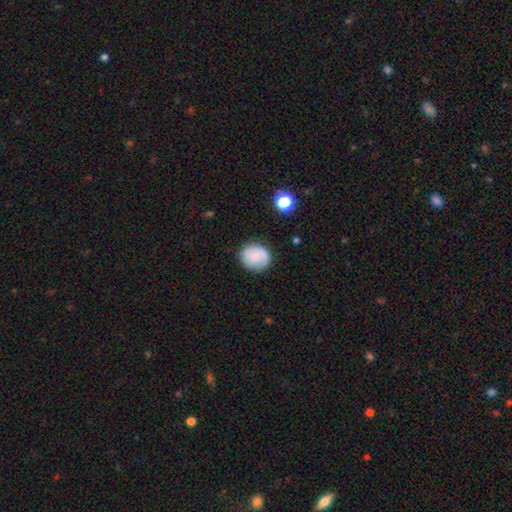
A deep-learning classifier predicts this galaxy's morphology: smooth_or_featured: smooth (p=0.58) [alt: featured or disk p=0.34]
how_rounded: round (p=0.81) [alt: in between p=0.18]
merging: none (p=0.78) [alt: minor disturbance p=0.16]